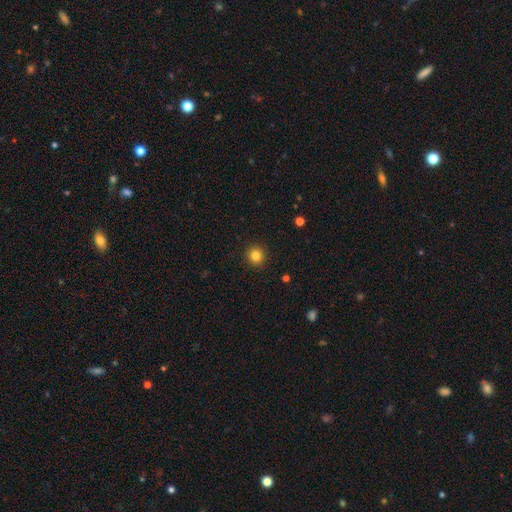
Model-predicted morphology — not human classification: This is clearly a smooth galaxy (83%). How rounded: clearly round (92%). Merging: clearly none (92%).